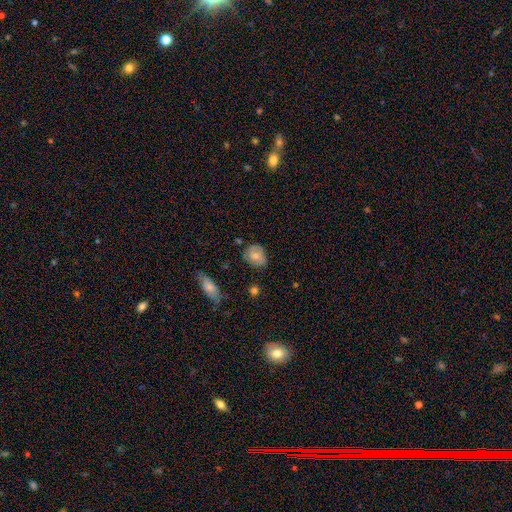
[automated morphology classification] The model was most divided on "how rounded": round: 53%, in between: 46%, cigar-shaped: 1%. More confident: merging — none (72%); smooth or featured — smooth (72%).